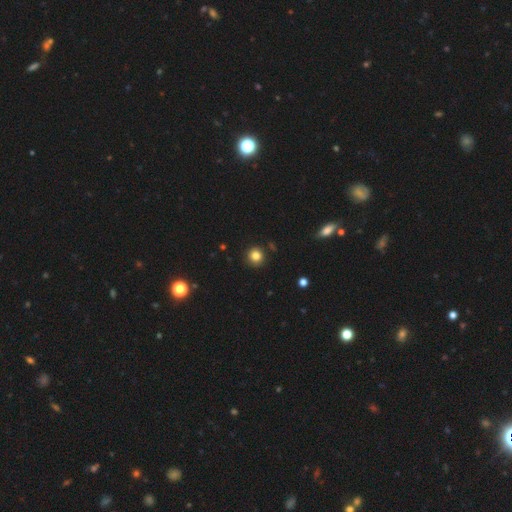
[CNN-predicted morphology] The model was most divided on "smooth or featured": smooth: 83%, star or artifact: 12%, featured or disk: 5%. More confident: how rounded — round (92%); merging — none (89%).